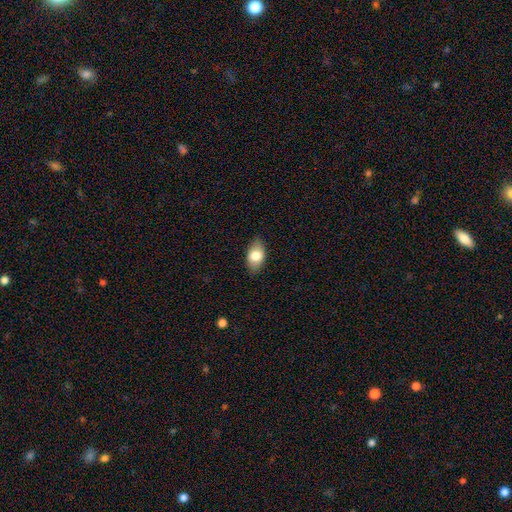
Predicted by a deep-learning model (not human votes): smooth_or_featured: smooth (p=0.76) [alt: featured or disk p=0.17]
how_rounded: in between (p=0.90) [alt: round p=0.07]
merging: none (p=0.85) [alt: minor disturbance p=0.12]